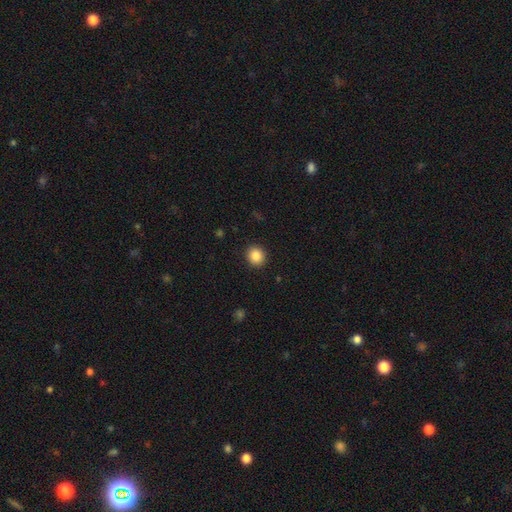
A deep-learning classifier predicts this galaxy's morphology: smooth-or-featured: smooth: 86% | star or artifact: 10% | featured or disk: 4%
  how-rounded: round: 88% | in between: 11% | cigar-shaped: 1%
  merging: none: 92% | minor disturbance: 6% | major disturbance: 2% | merger: 1%